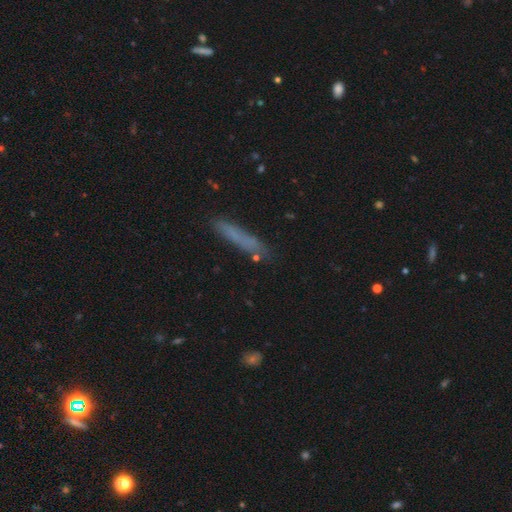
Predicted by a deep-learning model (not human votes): Morphology: type=smooth (70%); roundness=cigar-shaped (90%); merging=none (75%).